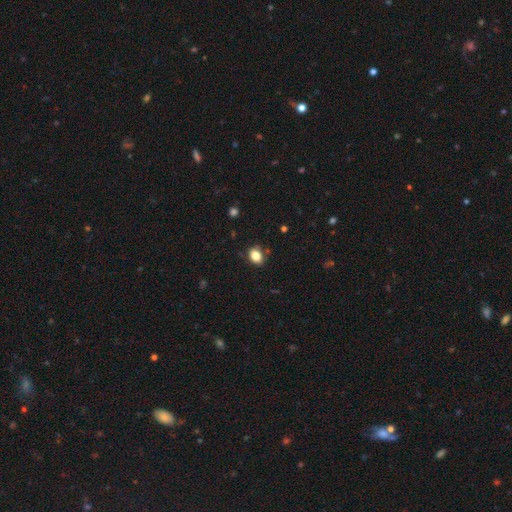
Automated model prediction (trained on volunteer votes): A smooth galaxy with no disk features (83%) that is in between round and cigar-shaped (67%). Merging: none (82%).